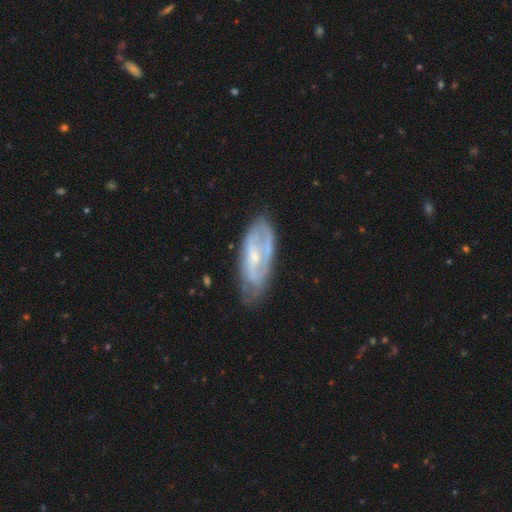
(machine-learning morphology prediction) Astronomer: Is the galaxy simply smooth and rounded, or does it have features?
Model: featured or disk — 67%.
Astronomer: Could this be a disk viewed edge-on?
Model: no — 88%.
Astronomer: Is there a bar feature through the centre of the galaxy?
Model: no — 51% (runner-up: weak, 37%).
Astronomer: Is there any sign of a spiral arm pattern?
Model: yes — 63%.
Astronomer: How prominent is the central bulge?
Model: small — 60%.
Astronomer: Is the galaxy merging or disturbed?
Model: none — 60%.